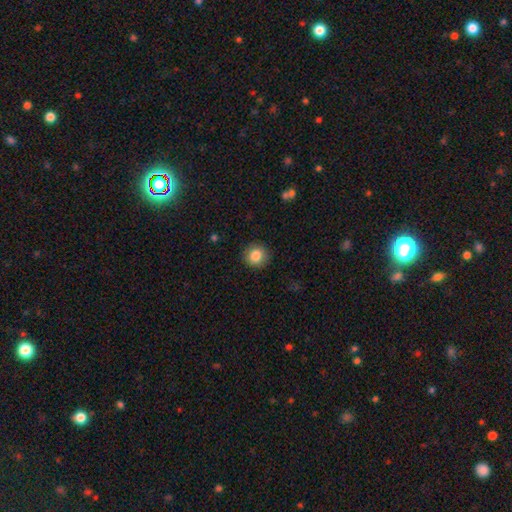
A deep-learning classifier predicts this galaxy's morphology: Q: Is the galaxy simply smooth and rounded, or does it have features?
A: smooth — 85%.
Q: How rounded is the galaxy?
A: round — 92%.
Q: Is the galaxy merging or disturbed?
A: none — 91%.